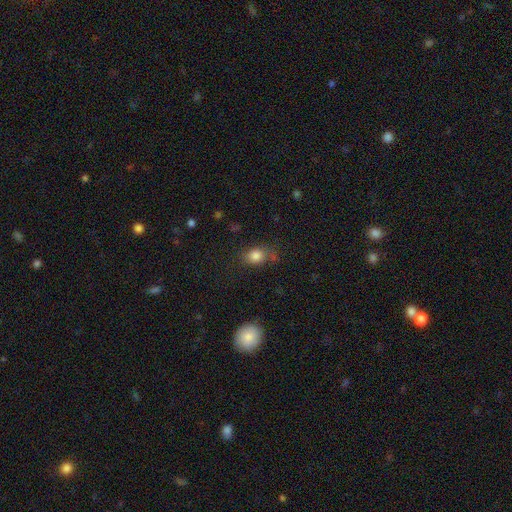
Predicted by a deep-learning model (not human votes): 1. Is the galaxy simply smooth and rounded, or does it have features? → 81% smooth, 11% star or artifact, 7% featured or disk.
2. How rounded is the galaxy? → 56% in between, 42% round, 2% cigar-shaped.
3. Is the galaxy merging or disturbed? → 68% none, 19% minor disturbance, 7% major disturbance, 6% merger.